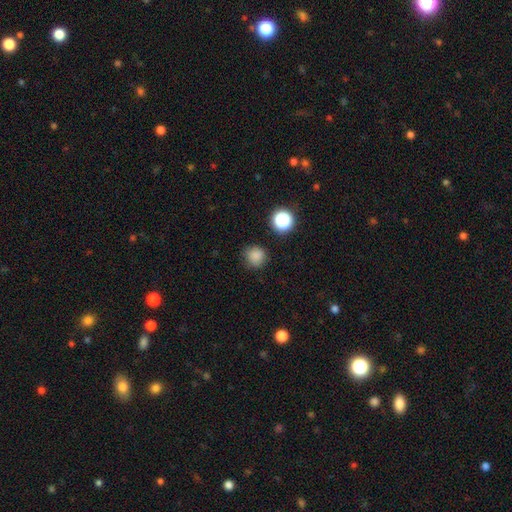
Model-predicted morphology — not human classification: Smooth or featured: smooth — 81% (star or artifact — 15%)
How rounded: round — 91% (in between — 9%)
Merging: none — 81% (minor disturbance — 13%)